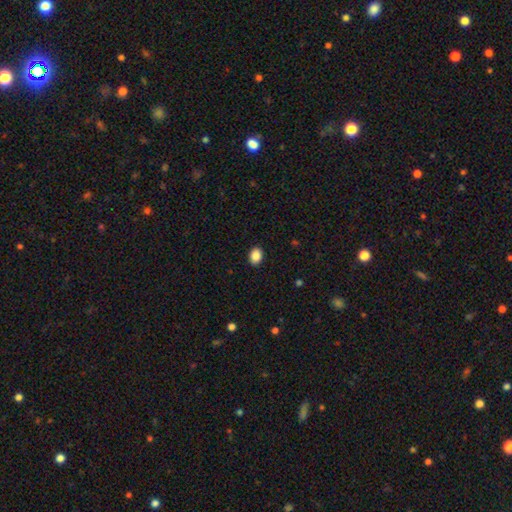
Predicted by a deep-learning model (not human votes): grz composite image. It shows a smooth galaxy with no disk features (88%) that is in between round and cigar-shaped (68%). Merging: none (91%).